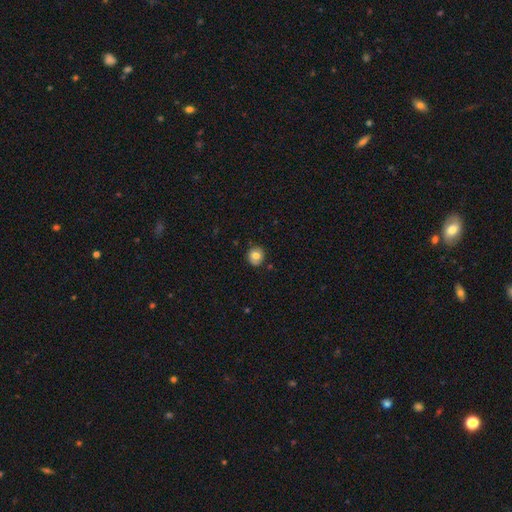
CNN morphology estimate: smooth-or-featured: smooth: 76% | featured or disk: 15% | star or artifact: 9%
  how-rounded: round: 84% | in between: 15% | cigar-shaped: 1%
  merging: none: 85% | minor disturbance: 11% | major disturbance: 2% | merger: 1%